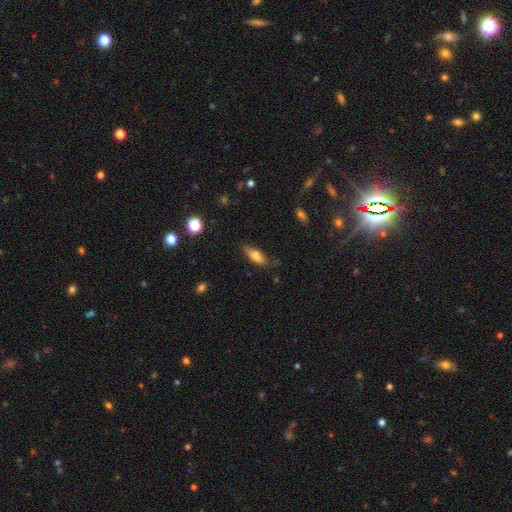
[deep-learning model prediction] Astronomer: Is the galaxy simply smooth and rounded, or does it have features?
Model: smooth — 71%.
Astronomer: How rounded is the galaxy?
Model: in between — 66%.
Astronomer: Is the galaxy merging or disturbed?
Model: none — 73%.